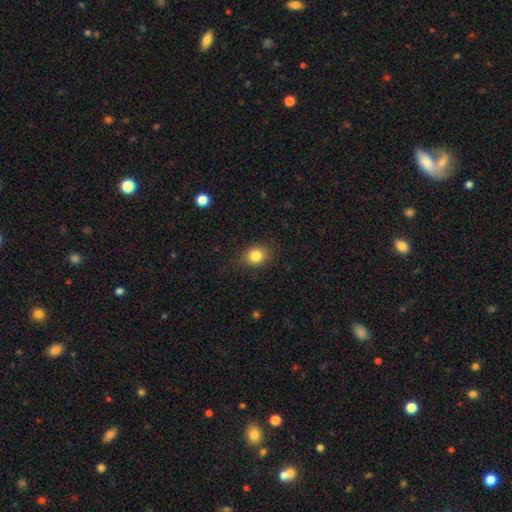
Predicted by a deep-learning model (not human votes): smooth 84%, star or artifact 10%, featured or disk 6%. Down the decision tree: how rounded — round (64%); merging — none (82%).